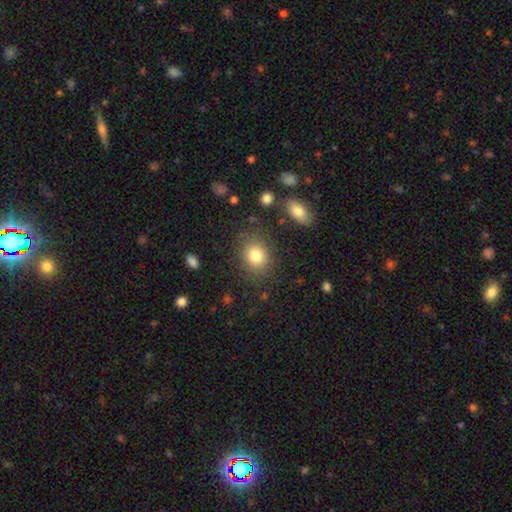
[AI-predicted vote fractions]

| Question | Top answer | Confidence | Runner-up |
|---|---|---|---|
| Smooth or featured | smooth | 82% | star or artifact (10%) |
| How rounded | round | 57% | in between (42%) |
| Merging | none | 82% | minor disturbance (11%) |